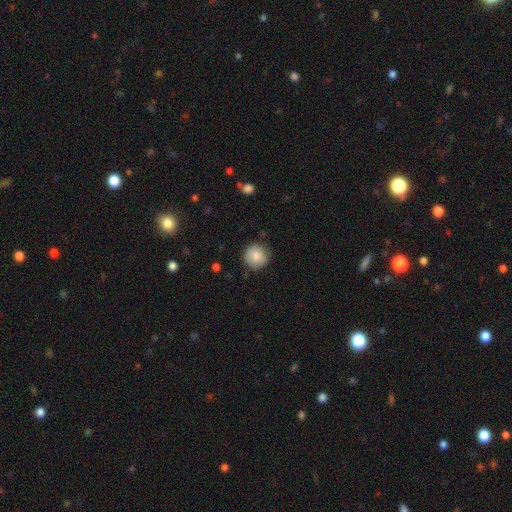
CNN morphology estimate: smooth-or-featured: smooth: 84% | featured or disk: 8% | star or artifact: 8%
  how-rounded: round: 94% | in between: 5% | cigar-shaped: 1%
  merging: none: 83% | minor disturbance: 13% | major disturbance: 3% | merger: 1%